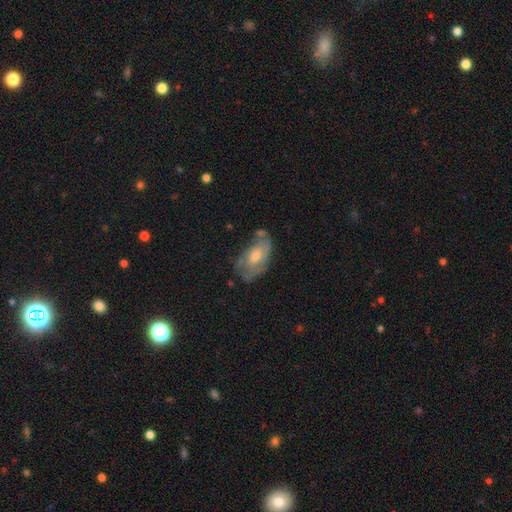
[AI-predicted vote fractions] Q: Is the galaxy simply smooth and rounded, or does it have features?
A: featured or disk — 62%.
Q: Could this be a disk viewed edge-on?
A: no — 92%.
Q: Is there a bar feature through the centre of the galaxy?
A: no — 71%.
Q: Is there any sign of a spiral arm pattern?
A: yes — 70%.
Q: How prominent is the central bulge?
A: moderate — 62%.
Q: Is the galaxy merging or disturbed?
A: none — 57%.